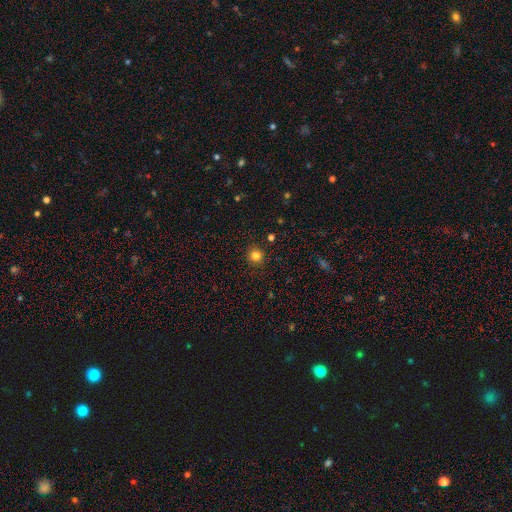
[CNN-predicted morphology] Smooth or featured?
  - smooth: 82% *
  - star or artifact: 13%
  - featured or disk: 5%
How rounded?
  - round: 94% *
  - in between: 5%
  - cigar-shaped: 1%
Merging?
  - none: 91% *
  - minor disturbance: 6%
  - major disturbance: 2%
  - merger: 1%